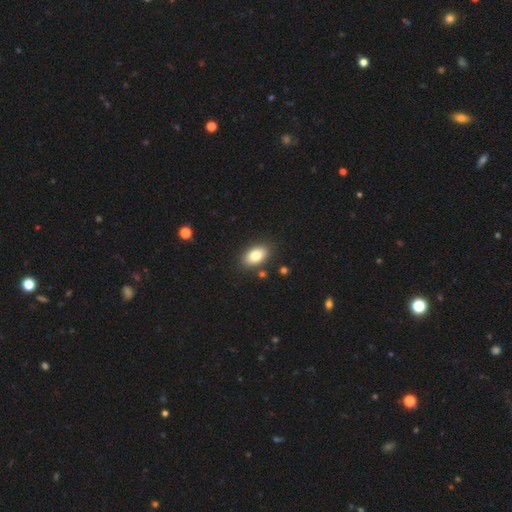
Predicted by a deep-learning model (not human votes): This is clearly a smooth galaxy (81%). How rounded: clearly in between (91%). Merging: clearly none (86%).